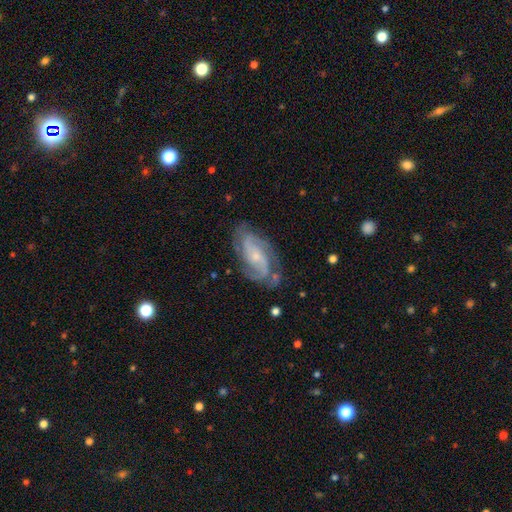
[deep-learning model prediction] Smooth or featured? featured or disk (86%)
Edge-on disk? no (95%)
Bar? no (58%)
Spiral arms? yes (97%)
Spiral winding? medium (45%)
Spiral arm count? 2 (47%)
Bulge size? small (72%)
Merging? none (72%)